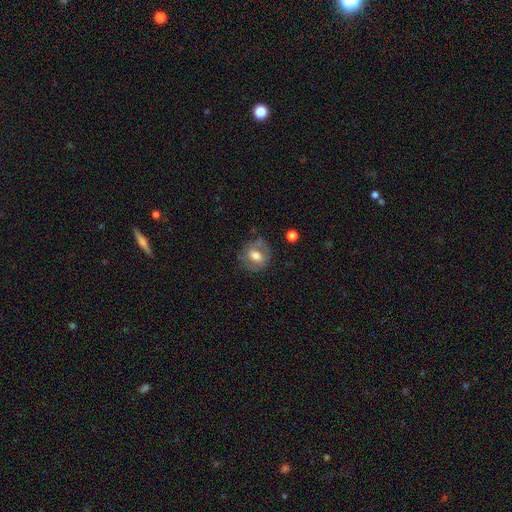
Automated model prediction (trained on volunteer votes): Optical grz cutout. It shows a smooth galaxy with no disk features (55%) that is round (61%). Merging: none (67%).